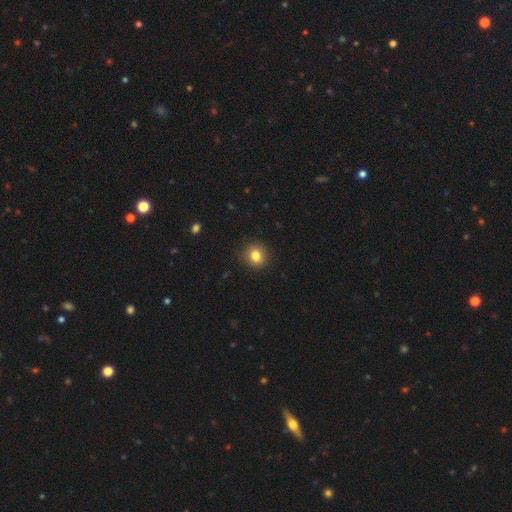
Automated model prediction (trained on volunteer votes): smooth 82%, star or artifact 11%, featured or disk 7%. Down the decision tree: how rounded — round (84%); merging — none (90%).